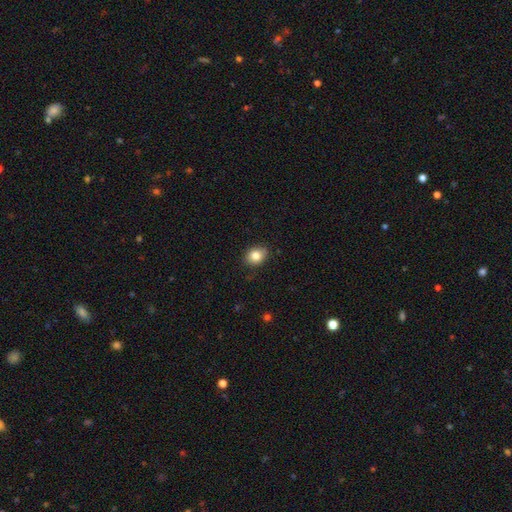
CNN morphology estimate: Smooth or featured? Predicted: smooth (p=0.83). How rounded? Predicted: in between (p=0.58). Merging? Predicted: none (p=0.86).